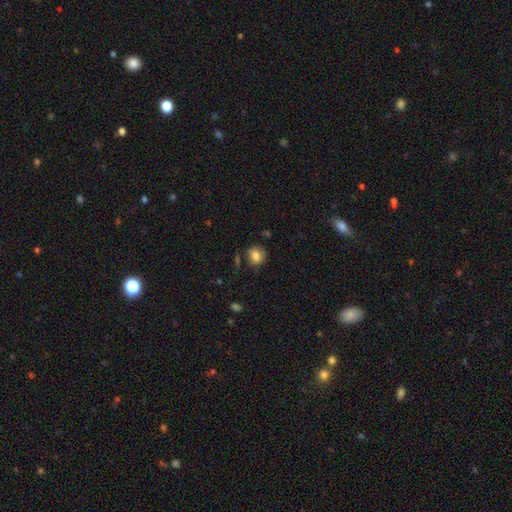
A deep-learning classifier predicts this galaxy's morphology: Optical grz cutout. It shows a smooth galaxy with no disk features (81%) that is round (64%). Merging: none (73%).